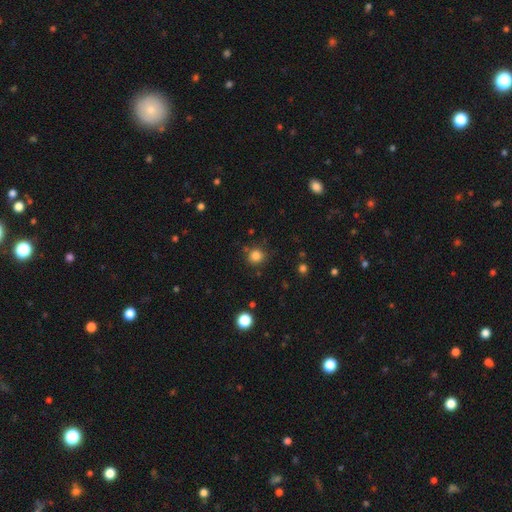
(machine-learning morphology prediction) Smooth or featured?
  - smooth: 82% *
  - star or artifact: 13%
  - featured or disk: 4%
How rounded?
  - round: 90% *
  - in between: 9%
  - cigar-shaped: 1%
Merging?
  - none: 82% *
  - minor disturbance: 11%
  - merger: 4%
  - major disturbance: 3%